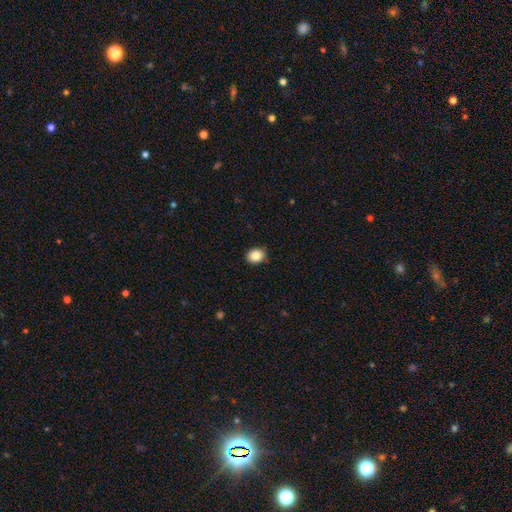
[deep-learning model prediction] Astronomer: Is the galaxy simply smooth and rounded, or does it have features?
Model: smooth — 86%.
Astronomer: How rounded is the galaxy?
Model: in between — 52% (runner-up: round, 47%).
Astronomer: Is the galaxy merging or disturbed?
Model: none — 88%.